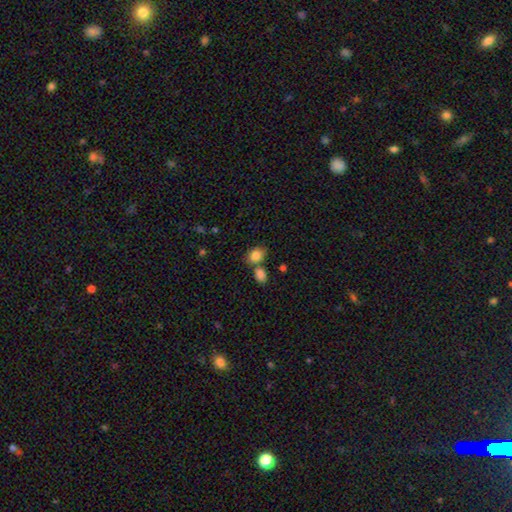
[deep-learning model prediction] Smooth or featured? Predicted: smooth (p=0.85). How rounded? Predicted: in between (p=0.64). Merging? Predicted: none (p=0.56).